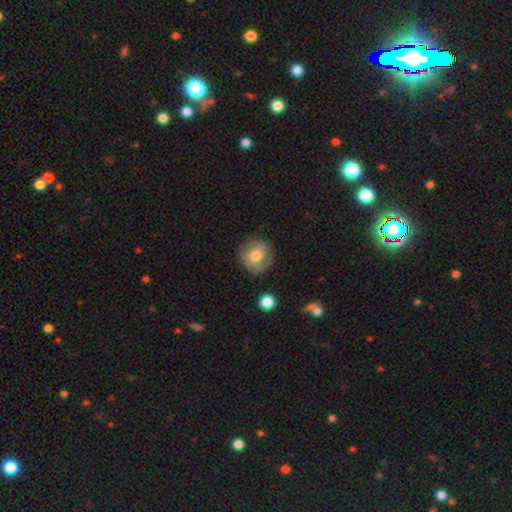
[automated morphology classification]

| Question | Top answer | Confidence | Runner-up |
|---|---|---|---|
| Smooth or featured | featured or disk | 55% | smooth (38%) |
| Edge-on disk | no | 97% | yes (3%) |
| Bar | no | 50% | weak (41%) |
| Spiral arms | yes | 84% | no (16%) |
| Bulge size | moderate | 71% | small (17%) |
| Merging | none | 79% | minor disturbance (14%) |